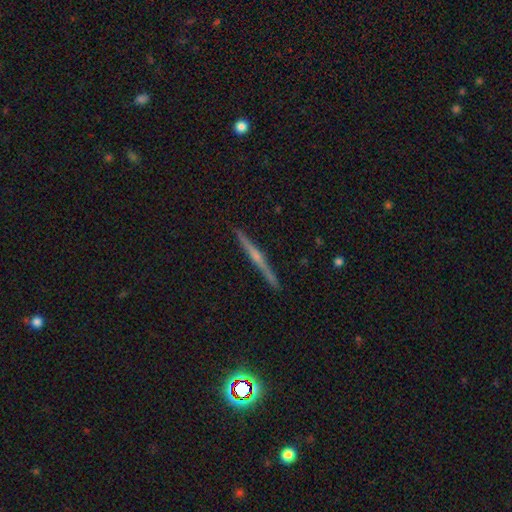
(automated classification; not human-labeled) smooth-or-featured: featured or disk: 76% | smooth: 17% | star or artifact: 7%
  disk-edge-on: yes: 98% | no: 2%
    edge-on-bulge: rounded: 67% | none: 24% | boxy: 8%
  merging: none: 92% | minor disturbance: 5% | major disturbance: 1% | merger: 1%